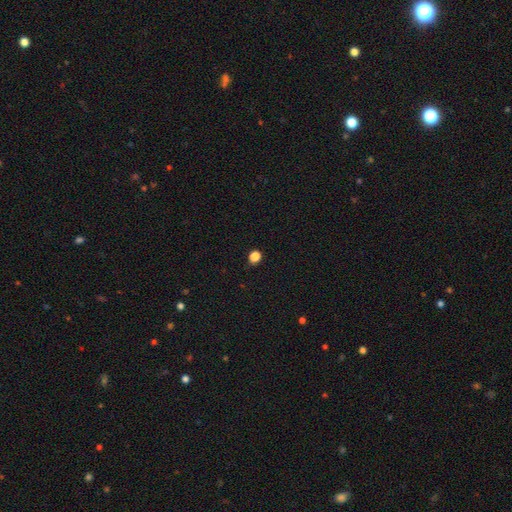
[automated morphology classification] This is likely a smooth galaxy (80%). How rounded: likely round (64%). Merging: clearly none (87%).